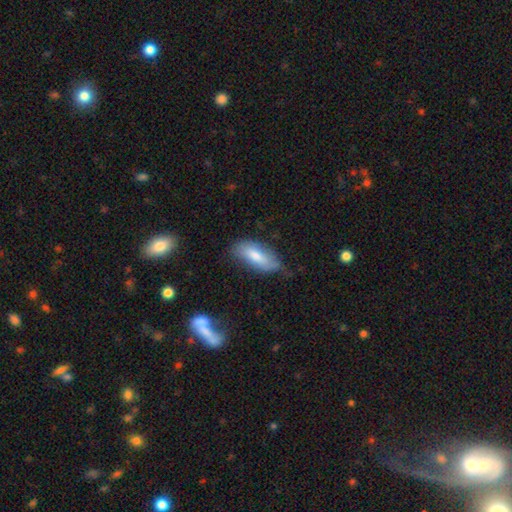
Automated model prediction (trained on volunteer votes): Q: Smooth or featured?
A: smooth (74%); runner-up: featured or disk (20%)
Q: How rounded?
A: in between (79%); runner-up: cigar-shaped (19%)
Q: Merging?
A: none (60%); runner-up: minor disturbance (30%)